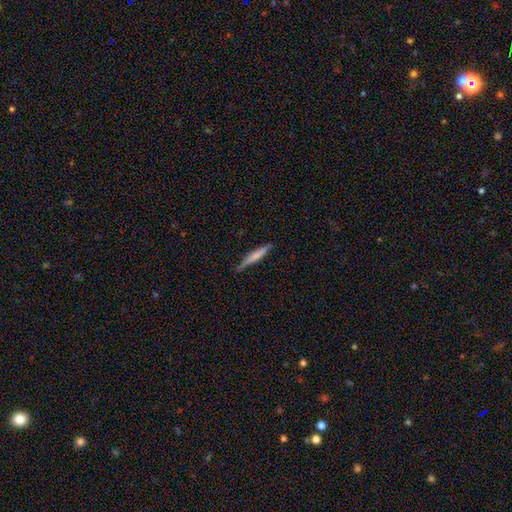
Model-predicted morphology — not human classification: Q: Smooth or featured?
A: smooth (65%); runner-up: featured or disk (30%)
Q: How rounded?
A: cigar-shaped (93%); runner-up: in between (6%)
Q: Merging?
A: none (76%); runner-up: minor disturbance (18%)